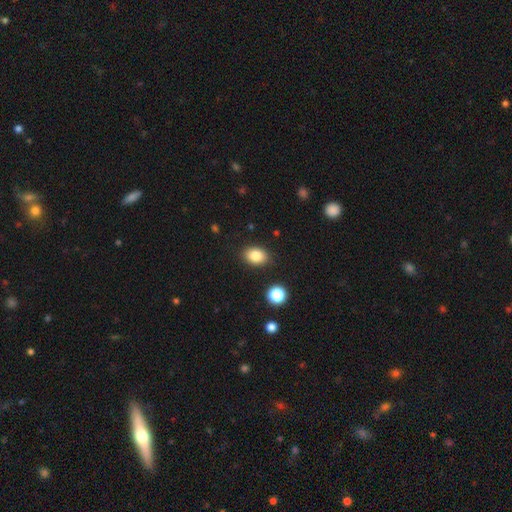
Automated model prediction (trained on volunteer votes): This appears to be a smooth galaxy with no disk features (84%) that is in between round and cigar-shaped (73%). Merging: none (86%).